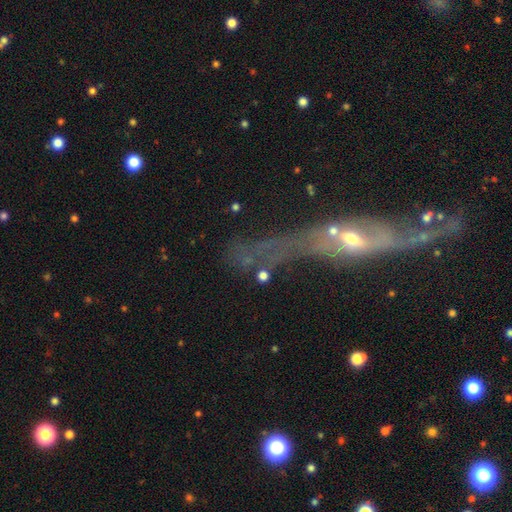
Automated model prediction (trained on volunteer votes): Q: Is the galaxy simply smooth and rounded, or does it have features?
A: featured or disk — 72%.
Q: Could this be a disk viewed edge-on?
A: no — 57%.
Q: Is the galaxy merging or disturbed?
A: none — 45%.